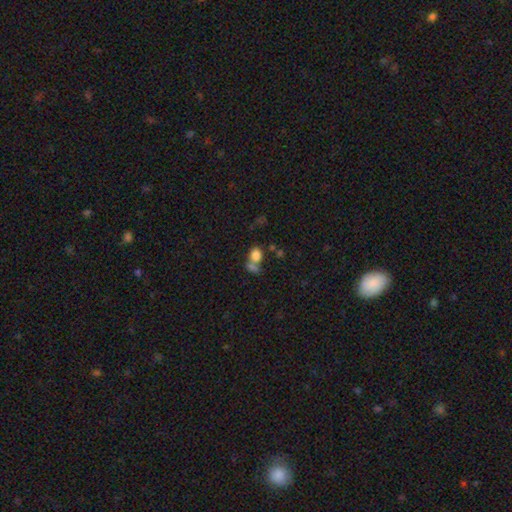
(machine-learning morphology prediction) smooth 80%, star or artifact 11%, featured or disk 9%. Down the decision tree: how rounded — round (54%); merging — merger (45%).